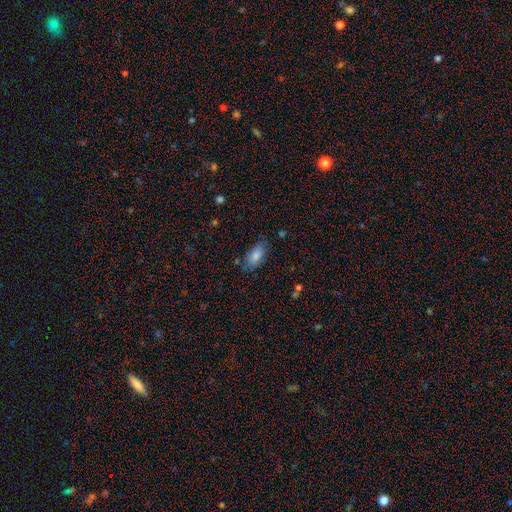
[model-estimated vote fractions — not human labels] Smooth or featured? smooth (82%)
How rounded? in between (91%)
Merging? none (70%)